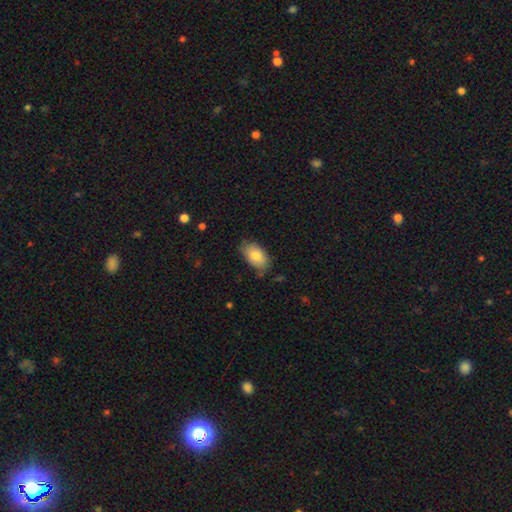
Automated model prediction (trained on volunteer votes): A smooth galaxy with no disk features (79%) that is in between round and cigar-shaped (93%). Merging: none (68%).